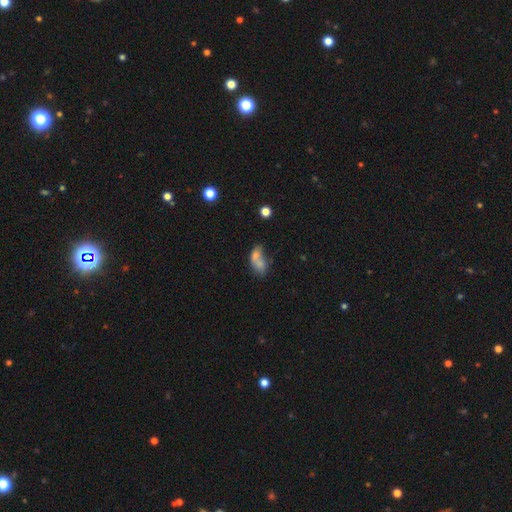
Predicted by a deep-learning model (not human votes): smooth 47%, star or artifact 30%, featured or disk 23%. Down the decision tree: merging — none (54%).